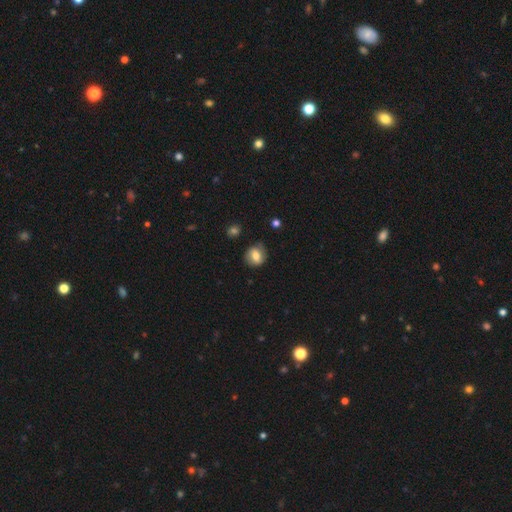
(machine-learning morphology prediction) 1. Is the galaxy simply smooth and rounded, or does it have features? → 68% smooth, 23% featured or disk, 9% star or artifact.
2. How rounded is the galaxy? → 71% round, 28% in between, 1% cigar-shaped.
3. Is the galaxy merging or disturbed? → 76% none, 17% minor disturbance, 5% major disturbance, 2% merger.